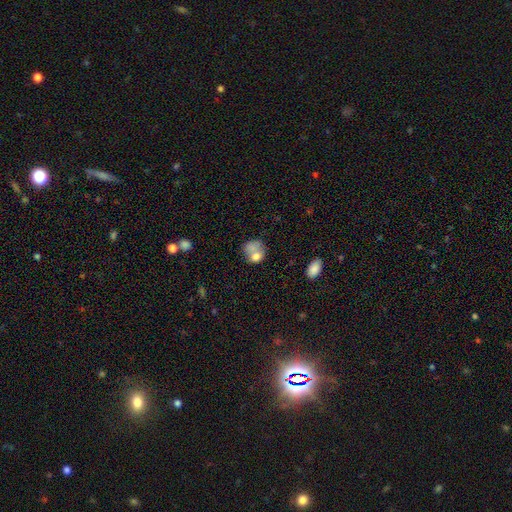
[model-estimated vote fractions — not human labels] Smooth or featured: smooth — 71% (featured or disk — 20%)
How rounded: round — 61% (in between — 38%)
Merging: merger — 45% (none — 29%)